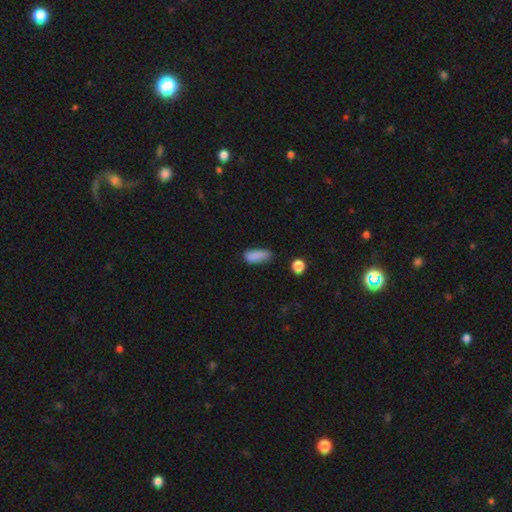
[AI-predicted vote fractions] smooth_or_featured: smooth (p=0.86) [alt: star or artifact p=0.09]
how_rounded: in between (p=0.73) [alt: cigar-shaped p=0.24]
merging: none (p=0.66) [alt: minor disturbance p=0.25]